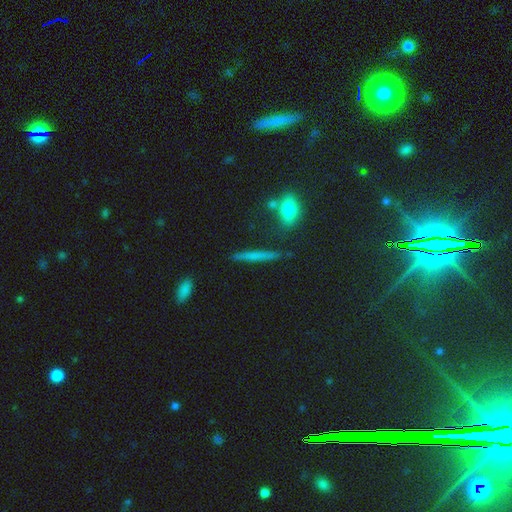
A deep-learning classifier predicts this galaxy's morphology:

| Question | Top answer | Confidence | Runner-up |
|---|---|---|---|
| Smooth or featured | smooth | 54% | featured or disk (34%) |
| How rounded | cigar-shaped | 90% | in between (6%) |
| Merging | none | 84% | minor disturbance (10%) |